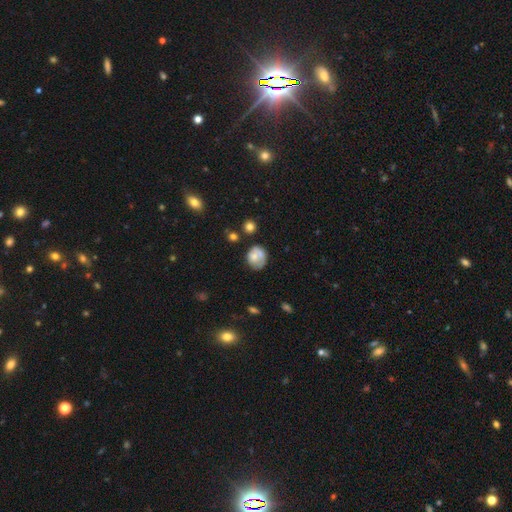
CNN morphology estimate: smooth 64%, featured or disk 27%, star or artifact 10%. Down the decision tree: how rounded — round (66%); merging — none (44%).